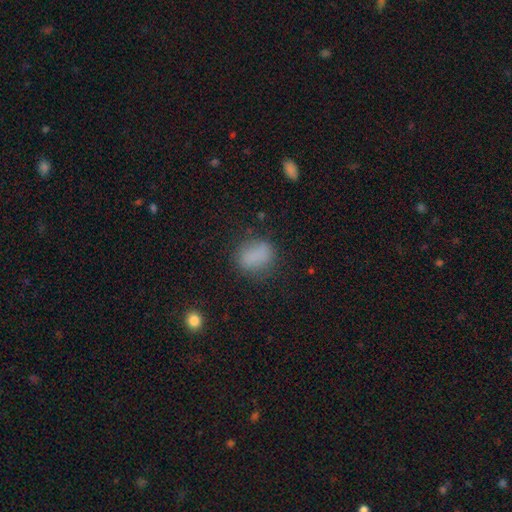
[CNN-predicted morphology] This appears to be a smooth galaxy with no disk features (81%) that is in between round and cigar-shaped (62%). Merging: none (73%).